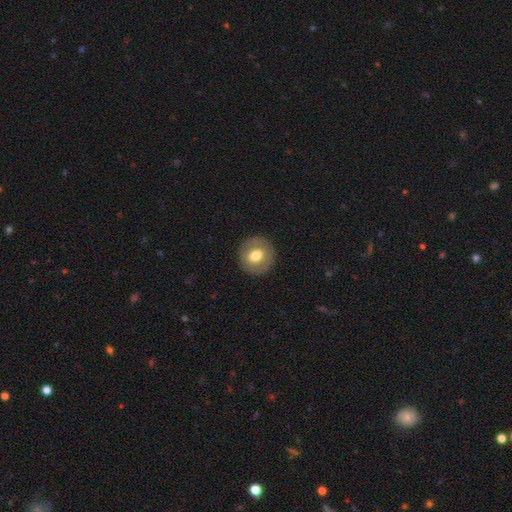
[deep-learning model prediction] Smooth or featured?
  - smooth: 63% *
  - featured or disk: 30%
  - star or artifact: 7%
How rounded?
  - round: 88% *
  - in between: 11%
  - cigar-shaped: 1%
Merging?
  - none: 89% *
  - minor disturbance: 7%
  - major disturbance: 3%
  - merger: 1%